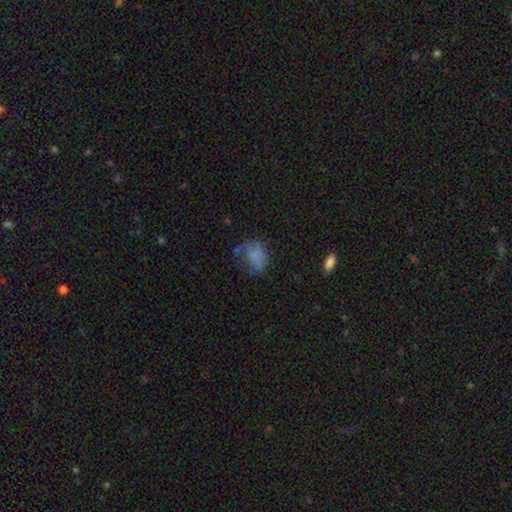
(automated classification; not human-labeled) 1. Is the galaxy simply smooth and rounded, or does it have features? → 63% smooth, 23% featured or disk, 14% star or artifact.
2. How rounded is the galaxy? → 68% in between, 30% round, 2% cigar-shaped.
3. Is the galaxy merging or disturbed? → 38% none, 29% minor disturbance, 28% major disturbance, 5% merger.